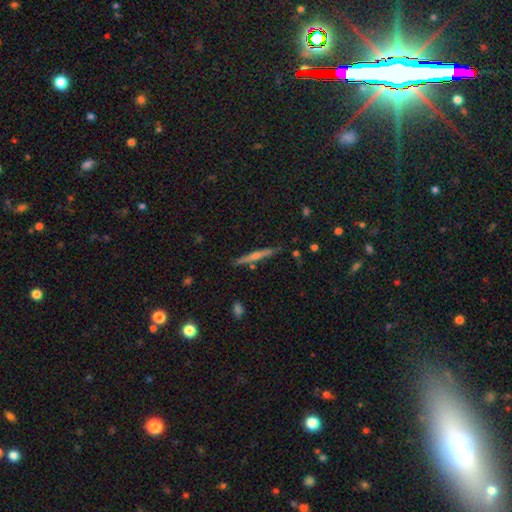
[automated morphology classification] The model was most divided on "smooth or featured": featured or disk: 54%, smooth: 26%, star or artifact: 19%. More confident: edge-on disk — yes (90%); merging — none (83%).